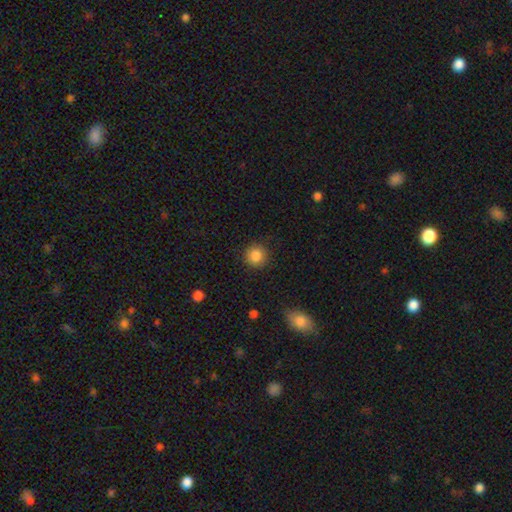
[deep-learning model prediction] Q: Smooth or featured?
A: smooth (86%); runner-up: star or artifact (10%)
Q: How rounded?
A: round (93%); runner-up: in between (6%)
Q: Merging?
A: none (90%); runner-up: minor disturbance (7%)